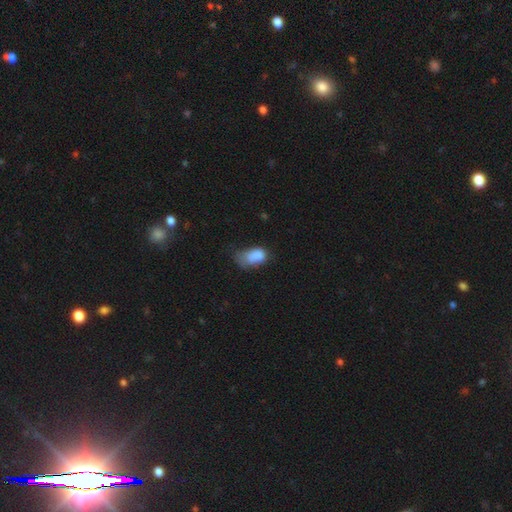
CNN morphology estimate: Q: Smooth or featured?
A: smooth (75%); runner-up: featured or disk (15%)
Q: How rounded?
A: in between (85%); runner-up: round (13%)
Q: Merging?
A: minor disturbance (33%); runner-up: major disturbance (32%)